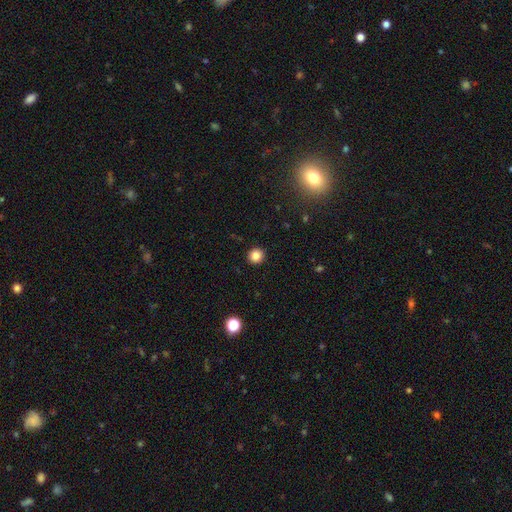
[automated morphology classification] A smooth galaxy with no disk features (84%) that is round (93%). Merging: none (93%).